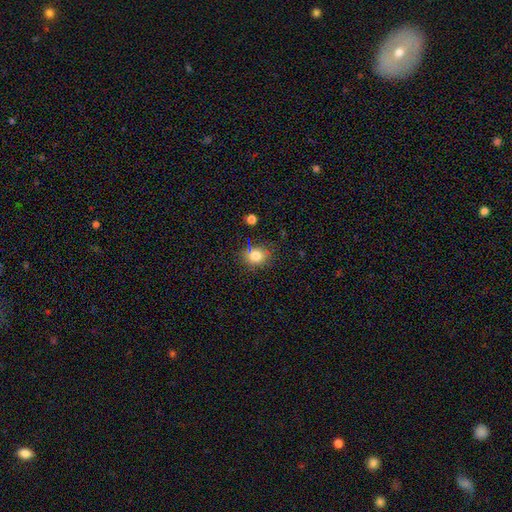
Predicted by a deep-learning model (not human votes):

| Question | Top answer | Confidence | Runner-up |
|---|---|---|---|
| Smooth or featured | smooth | 80% | star or artifact (12%) |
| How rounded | round | 54% | in between (45%) |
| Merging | none | 76% | minor disturbance (15%) |